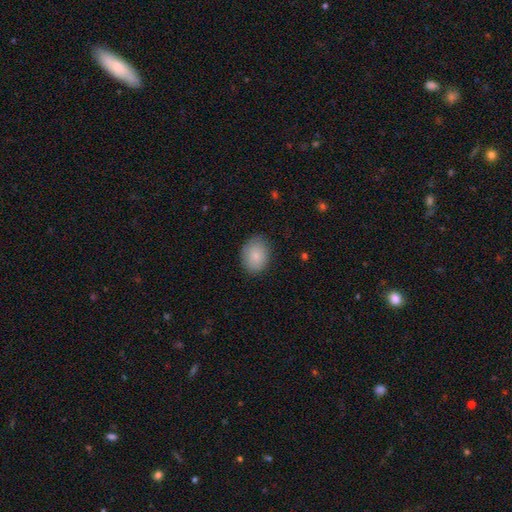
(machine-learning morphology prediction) A smooth galaxy with no disk features (84%) that is in between round and cigar-shaped (63%).

Vote fractions:
- Smooth or featured? smooth: 84% / featured or disk: 8% / star or artifact: 7%
- How rounded? in between: 63% / round: 36% / cigar-shaped: 1%
- Merging? none: 82% / minor disturbance: 14% / major disturbance: 3% / merger: 1%